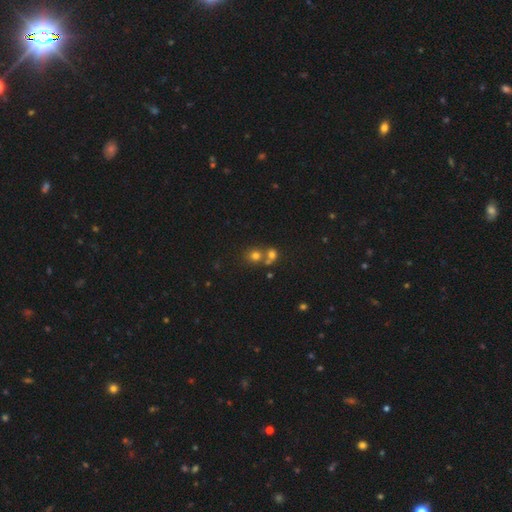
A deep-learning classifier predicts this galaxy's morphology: smooth_or_featured: smooth (p=0.71) [alt: star or artifact p=0.17]
how_rounded: round (p=0.82) [alt: in between p=0.17]
merging: merger (p=0.47) [alt: none p=0.44]